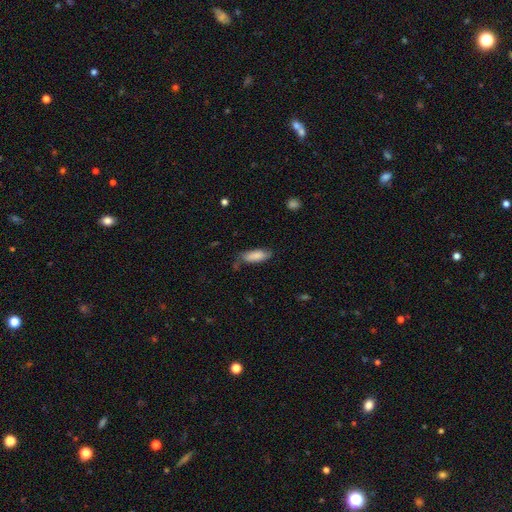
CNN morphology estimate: Overall: smooth (83%). How rounded: in between (69%). Merging: none (67%).